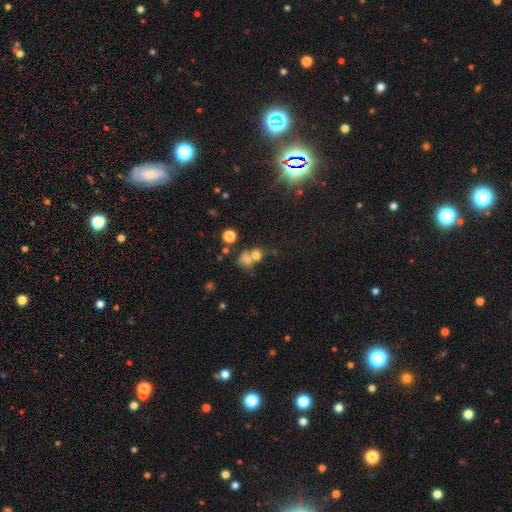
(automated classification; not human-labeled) Smooth or featured? Predicted: smooth (p=0.68). How rounded? Predicted: round (p=0.66). Merging? Predicted: merger (p=0.49).